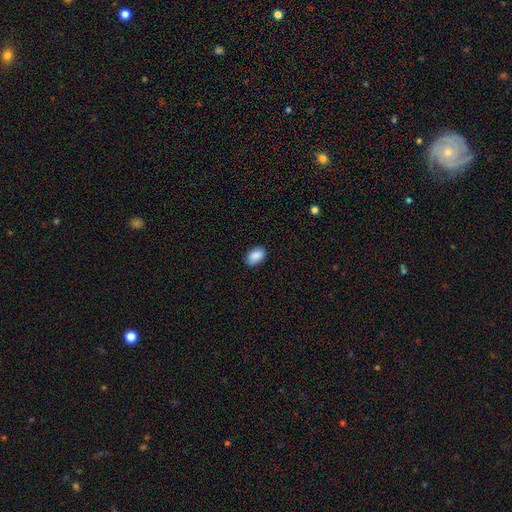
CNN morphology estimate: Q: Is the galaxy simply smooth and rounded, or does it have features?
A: smooth — 89%.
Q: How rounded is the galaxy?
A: in between — 91%.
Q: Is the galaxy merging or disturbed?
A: none — 86%.